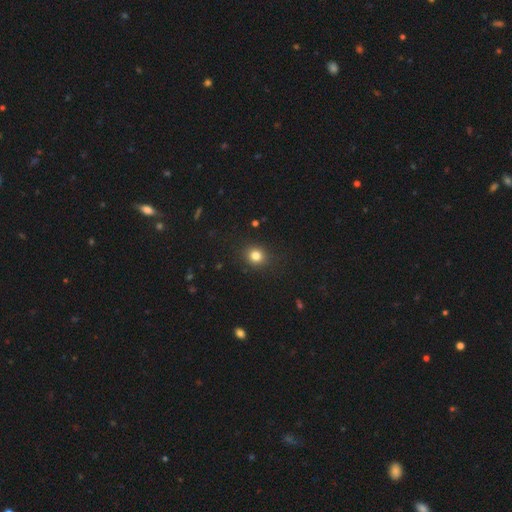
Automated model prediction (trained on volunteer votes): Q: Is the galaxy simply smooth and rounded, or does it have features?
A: smooth — 81%.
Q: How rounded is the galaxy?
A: round — 78%.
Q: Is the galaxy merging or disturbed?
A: none — 89%.